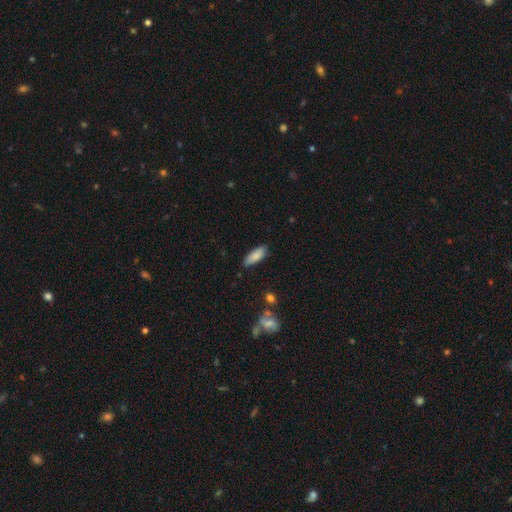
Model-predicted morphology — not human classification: This appears to be a smooth galaxy with no disk features (83%) that is in between round and cigar-shaped (66%). Merging: none (75%).